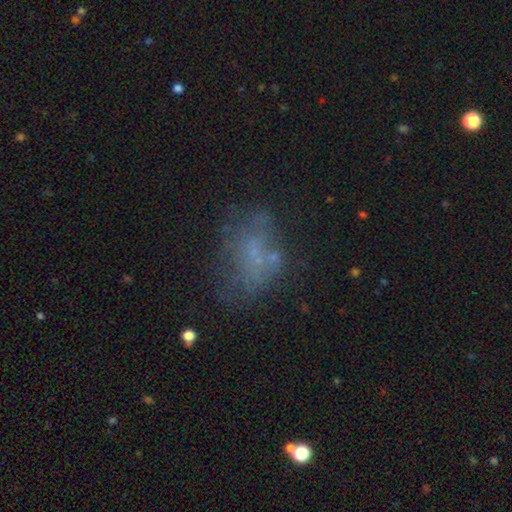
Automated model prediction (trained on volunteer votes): A smooth galaxy with no disk features (42%). Merging: none (48%).